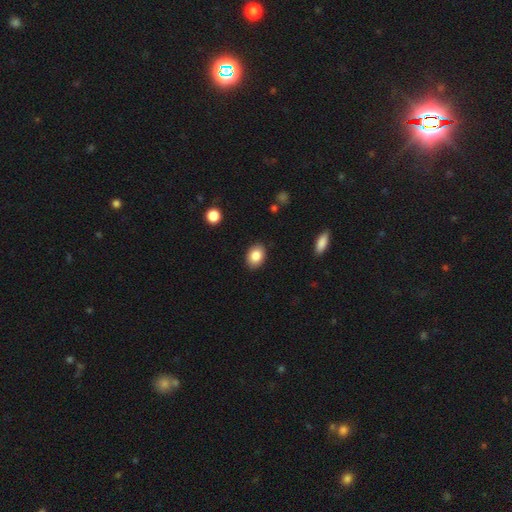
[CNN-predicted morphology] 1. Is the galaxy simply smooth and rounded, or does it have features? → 85% smooth, 8% star or artifact, 7% featured or disk.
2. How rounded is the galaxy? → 76% in between, 23% round, 1% cigar-shaped.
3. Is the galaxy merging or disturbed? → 88% none, 9% minor disturbance, 2% major disturbance, 1% merger.